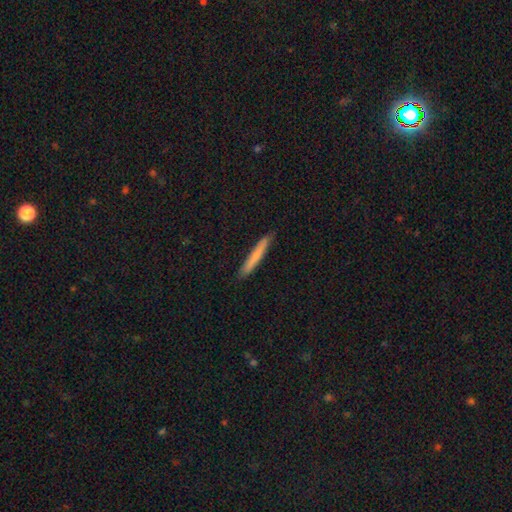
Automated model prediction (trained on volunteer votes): Smooth or featured?
  - smooth: 70% *
  - featured or disk: 24%
  - star or artifact: 6%
How rounded?
  - cigar-shaped: 96% *
  - in between: 3%
  - round: 1%
Merging?
  - none: 89% *
  - minor disturbance: 9%
  - major disturbance: 1%
  - merger: 1%